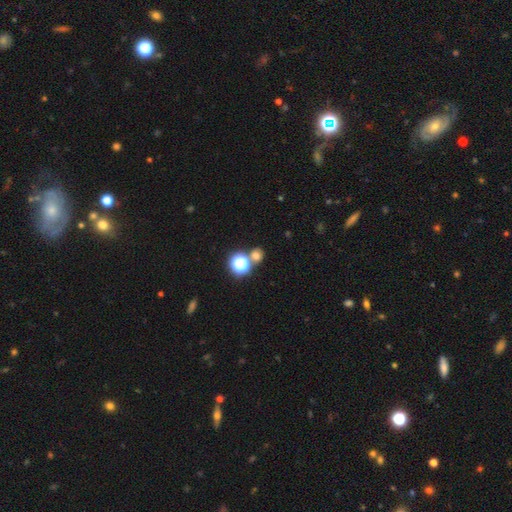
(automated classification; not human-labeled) Smooth or featured? Predicted: smooth (p=0.64). How rounded? Predicted: round (p=0.82). Merging? Predicted: none (p=0.68).